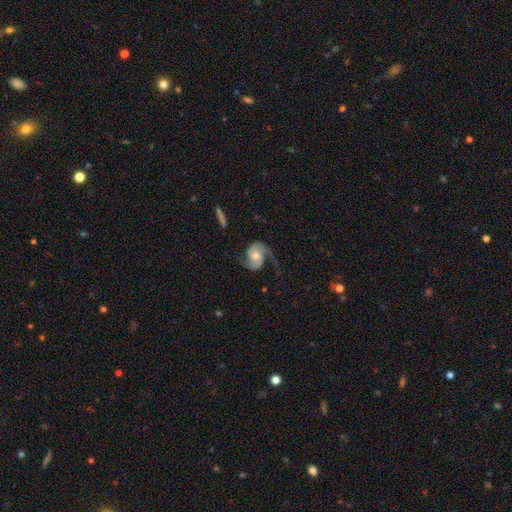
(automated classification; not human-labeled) featured or disk 87%, smooth 8%, star or artifact 5%. Down the decision tree: edge-on disk — no (98%); bar — no (67%); spiral arms — yes (97%); spiral arm count — 2 (88%); spiral winding — medium (45%); bulge size — moderate (64%); merging — none (66%).